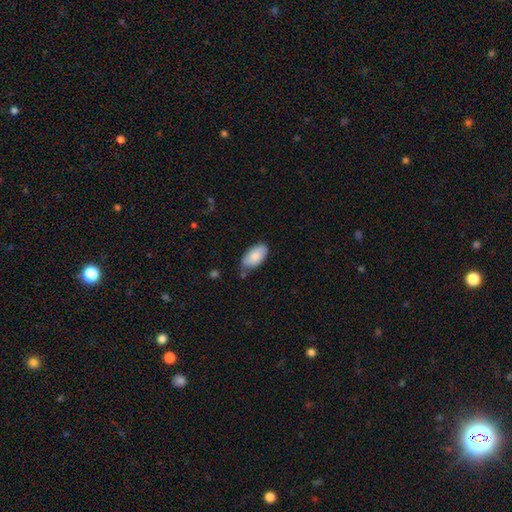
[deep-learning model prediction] Smooth or featured: smooth — 86% (featured or disk — 8%)
How rounded: in between — 95% (cigar-shaped — 2%)
Merging: none — 71% (minor disturbance — 22%)